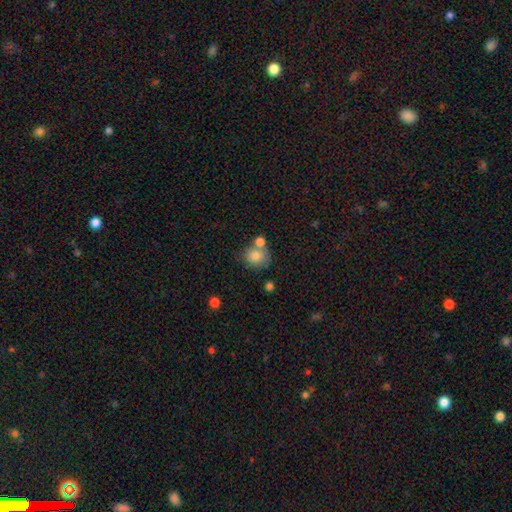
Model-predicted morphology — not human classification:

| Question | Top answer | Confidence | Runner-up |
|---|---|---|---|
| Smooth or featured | smooth | 82% | star or artifact (9%) |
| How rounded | round | 72% | in between (27%) |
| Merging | none | 50% | merger (30%) |